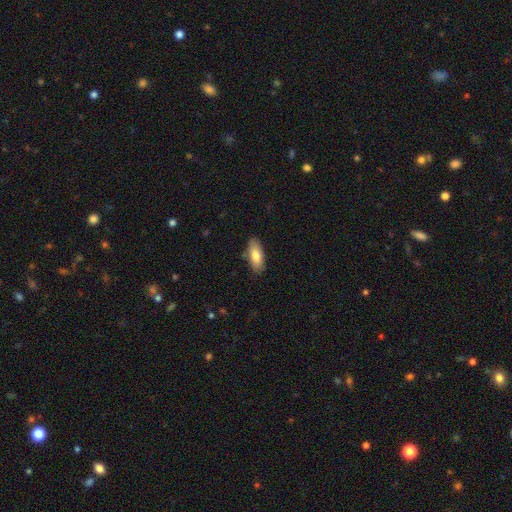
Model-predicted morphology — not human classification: Overall: smooth (81%). How rounded: in between (80%). Merging: none (83%).